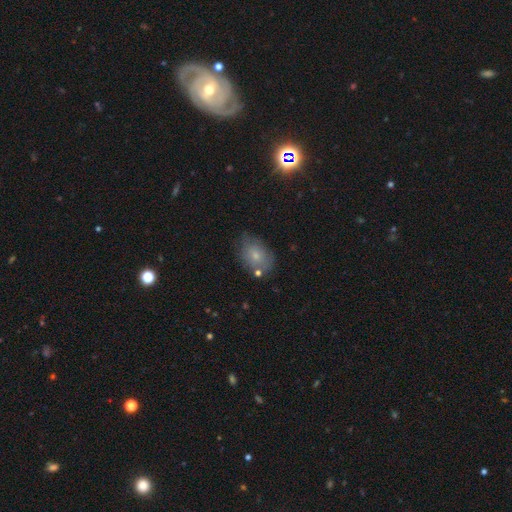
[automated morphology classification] Overall: smooth (71%). How rounded: in between (76%). Merging: none (65%).